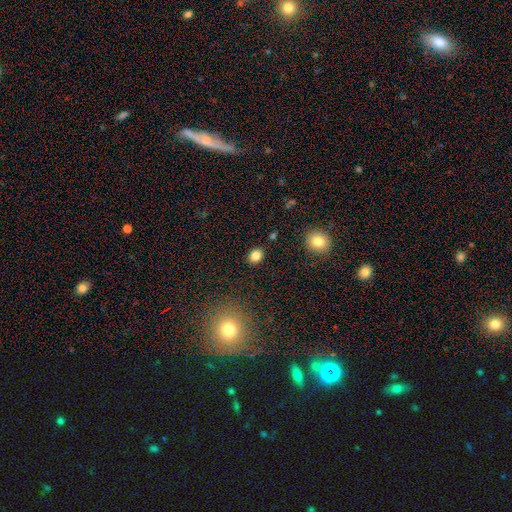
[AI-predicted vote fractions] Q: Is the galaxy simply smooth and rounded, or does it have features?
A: smooth — 84%.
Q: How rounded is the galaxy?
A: round — 53%.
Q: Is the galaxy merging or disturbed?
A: none — 88%.